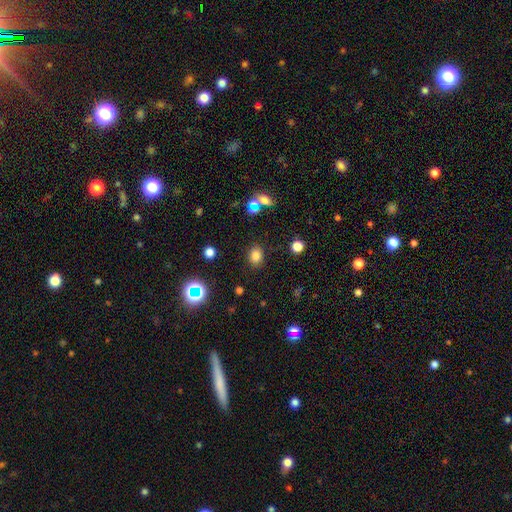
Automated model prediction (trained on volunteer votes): The model was most divided on "how rounded": in between: 51%, round: 48%, cigar-shaped: 1%. More confident: merging — none (85%); smooth or featured — smooth (80%).